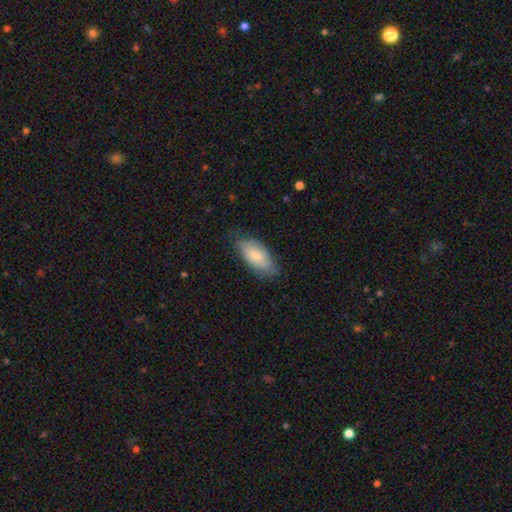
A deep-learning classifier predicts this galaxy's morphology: Smooth or featured? Predicted: smooth (p=0.74). How rounded? Predicted: in between (p=0.91). Merging? Predicted: none (p=0.67).